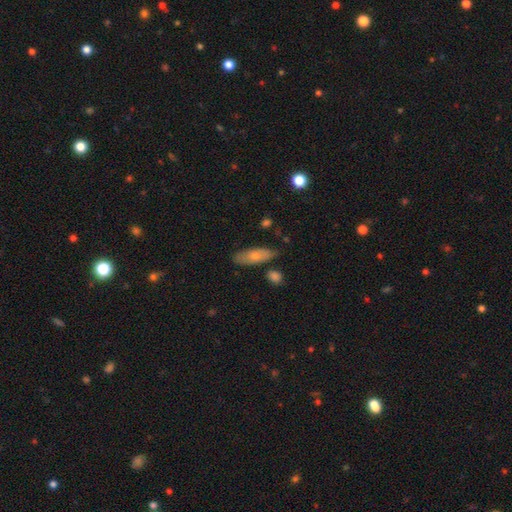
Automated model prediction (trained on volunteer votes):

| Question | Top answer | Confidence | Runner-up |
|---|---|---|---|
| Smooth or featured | smooth | 70% | featured or disk (24%) |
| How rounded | in between | 69% | cigar-shaped (28%) |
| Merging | none | 73% | minor disturbance (19%) |